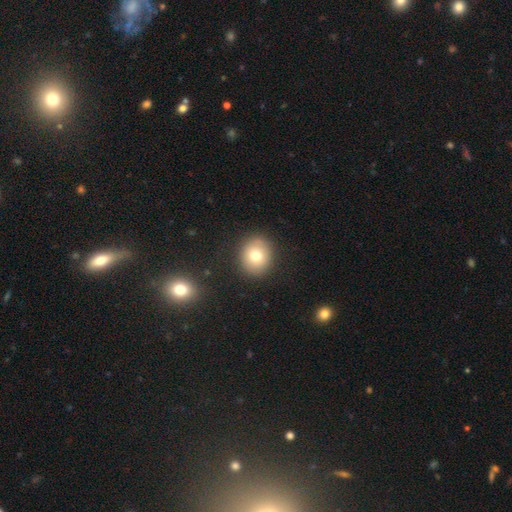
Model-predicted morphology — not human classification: This appears to be a smooth galaxy with no disk features (74%) that is round (76%). Merging: none (88%).